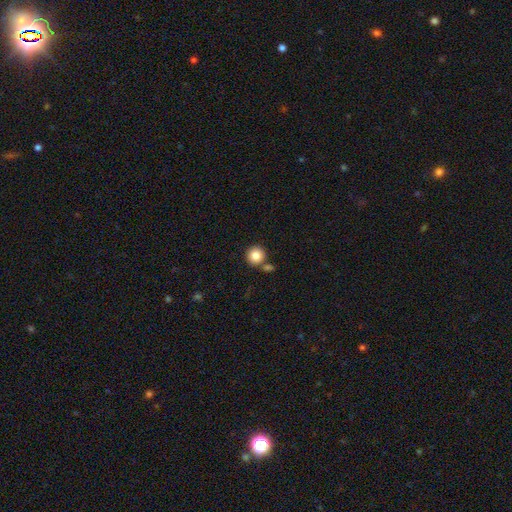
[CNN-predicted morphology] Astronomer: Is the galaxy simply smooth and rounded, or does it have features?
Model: smooth — 84%.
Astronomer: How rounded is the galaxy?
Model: round — 94%.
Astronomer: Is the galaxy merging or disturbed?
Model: none — 75%.